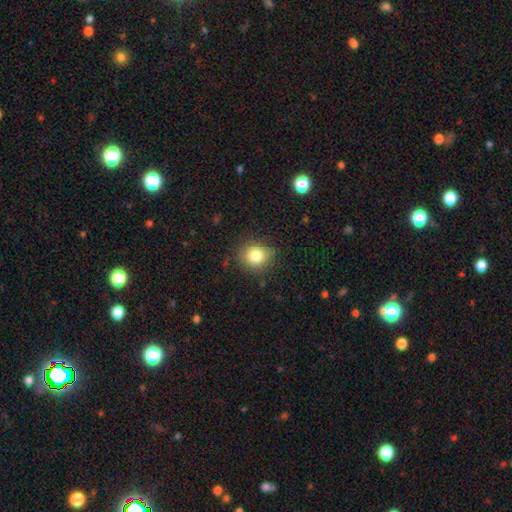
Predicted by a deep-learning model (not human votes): Overall: smooth (82%). How rounded: round (73%). Merging: none (83%).